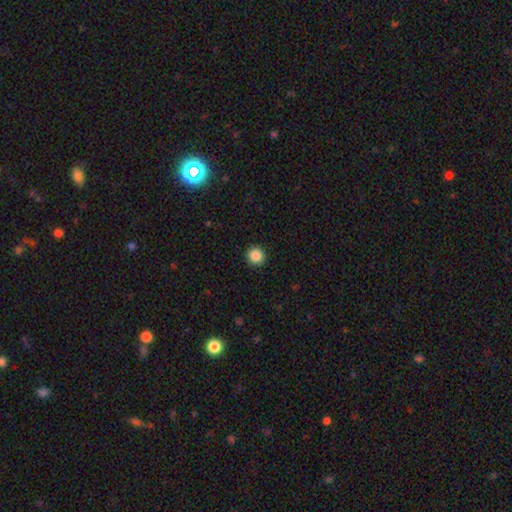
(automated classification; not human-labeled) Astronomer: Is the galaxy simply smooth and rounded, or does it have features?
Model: smooth — 87%.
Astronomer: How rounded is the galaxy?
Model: round — 95%.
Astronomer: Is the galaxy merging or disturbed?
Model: none — 93%.